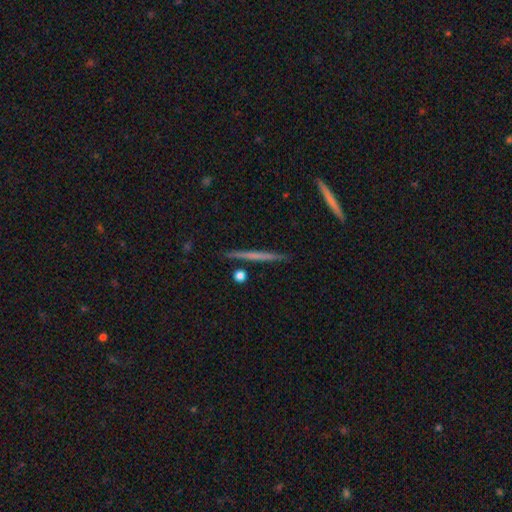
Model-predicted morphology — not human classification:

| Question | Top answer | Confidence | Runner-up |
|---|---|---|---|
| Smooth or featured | featured or disk | 51% | smooth (44%) |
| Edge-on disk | yes | 97% | no (3%) |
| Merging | none | 89% | minor disturbance (7%) |